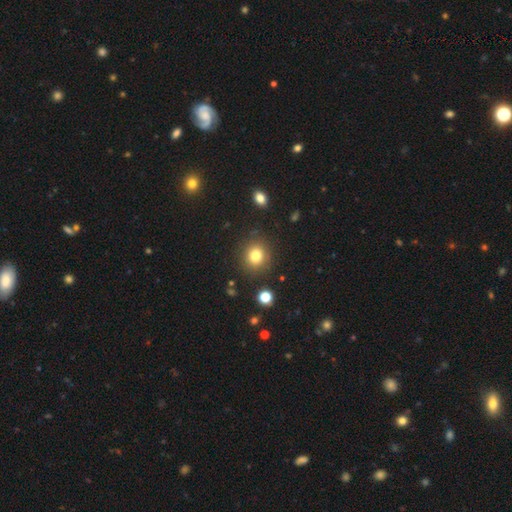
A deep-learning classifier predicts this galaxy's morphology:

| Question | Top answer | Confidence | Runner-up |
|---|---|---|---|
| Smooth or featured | smooth | 80% | star or artifact (13%) |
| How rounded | round | 83% | in between (16%) |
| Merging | none | 87% | minor disturbance (8%) |